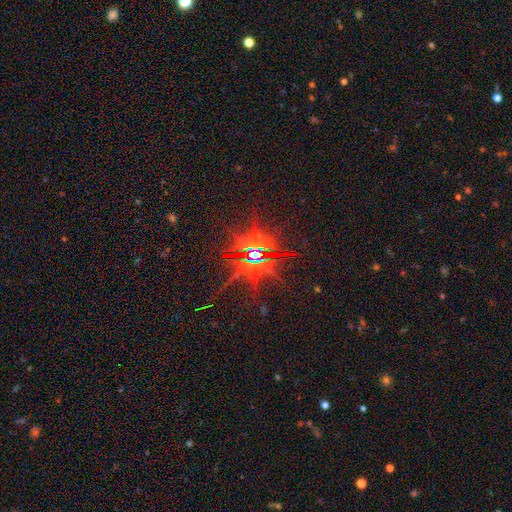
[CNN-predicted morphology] This appears to be a star or artifact, not a galaxy (82%).